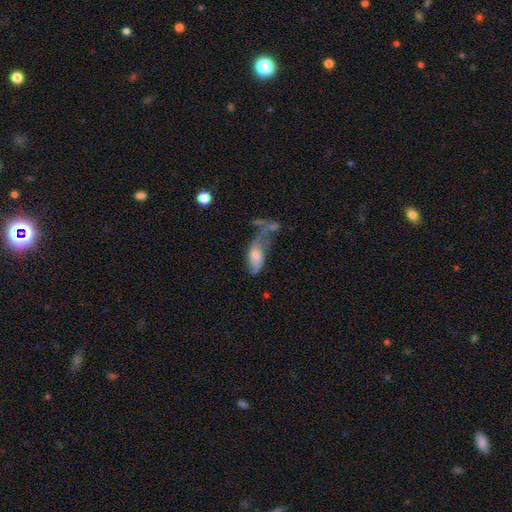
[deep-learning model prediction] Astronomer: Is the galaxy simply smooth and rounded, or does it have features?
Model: smooth — 50% (runner-up: featured or disk, 42%).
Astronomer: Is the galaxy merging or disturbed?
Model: major disturbance — 47% (runner-up: merger, 22%).